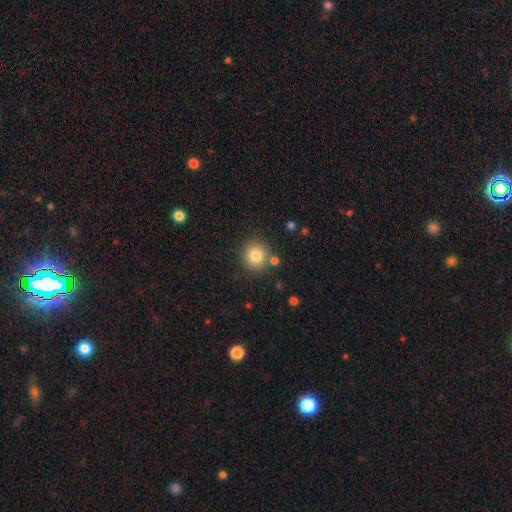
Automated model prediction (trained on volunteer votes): This is clearly a smooth galaxy (82%). How rounded: clearly round (92%). Merging: clearly none (82%).